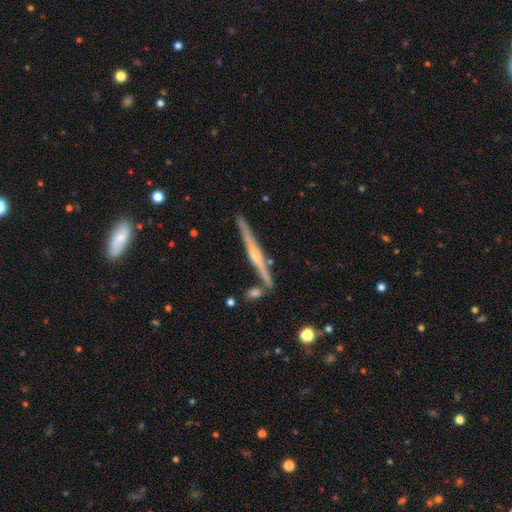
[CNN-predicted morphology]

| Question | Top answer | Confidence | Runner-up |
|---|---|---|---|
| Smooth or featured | featured or disk | 80% | smooth (15%) |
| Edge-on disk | yes | 98% | no (2%) |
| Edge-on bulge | rounded | 78% | none (15%) |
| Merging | none | 85% | minor disturbance (8%) |